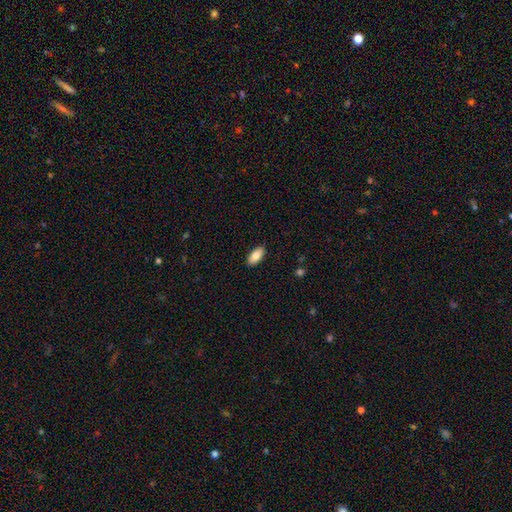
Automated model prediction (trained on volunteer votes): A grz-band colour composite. It shows a smooth galaxy with no disk features (81%) that is in between round and cigar-shaped (89%). Merging: none (89%).